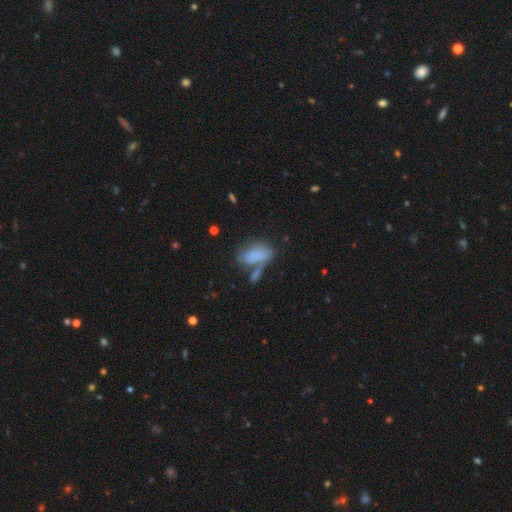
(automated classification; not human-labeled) Smooth or featured: smooth — 76% (featured or disk — 14%)
How rounded: in between — 89% (cigar-shaped — 6%)
Merging: none — 37% (merger — 29%)